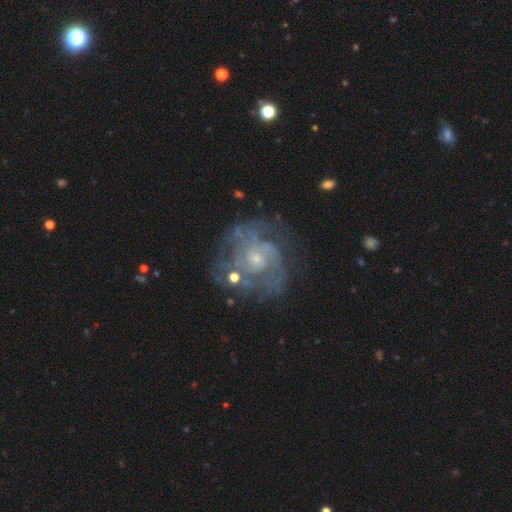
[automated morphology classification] A featured or disk galaxy (80%) with no bar (59%), tight (50%) spiral arms (89%) and a small central bulge (62%).

Vote fractions:
- Smooth or featured? featured or disk: 80% / star or artifact: 11% / smooth: 9%
- Edge-on disk? no: 98% / yes: 2%
- Bar? no: 59% / weak: 34% / strong: 6%
- Spiral arms? yes: 89% / no: 11%
- Spiral winding? tight: 50% / medium: 39% / loose: 12%
- Spiral arm count? can't tell: 36% / 2: 26% / 3: 18% / 4: 8% / 1: 6% / more than 4: 6%
- Bulge size? small: 62% / moderate: 30% / none: 5% / large: 2% / dominant: 1%
- Merging? none: 70% / minor disturbance: 16% / major disturbance: 10% / merger: 4%